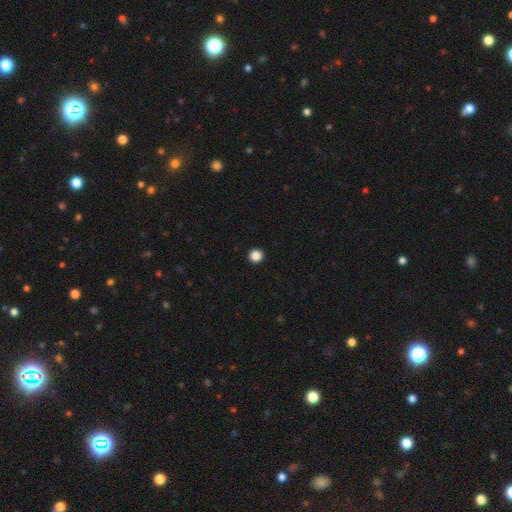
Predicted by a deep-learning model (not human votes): smooth_or_featured: smooth (p=0.87) [alt: star or artifact p=0.11]
how_rounded: round (p=0.95) [alt: in between p=0.04]
merging: none (p=0.94) [alt: minor disturbance p=0.03]